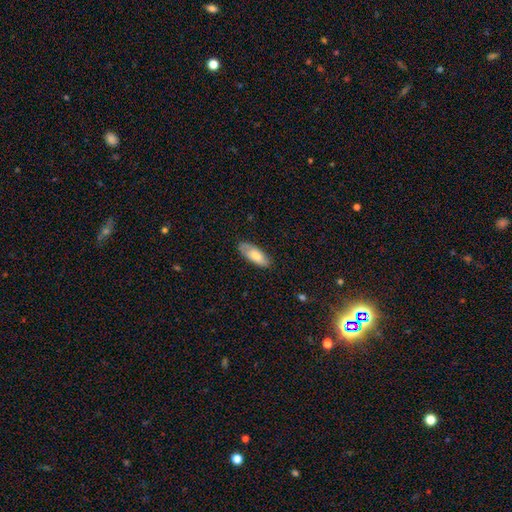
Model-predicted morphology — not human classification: smooth-or-featured: smooth: 74% | featured or disk: 20% | star or artifact: 6%
  how-rounded: in between: 79% | cigar-shaped: 19% | round: 2%
  merging: none: 78% | minor disturbance: 18% | major disturbance: 3% | merger: 1%